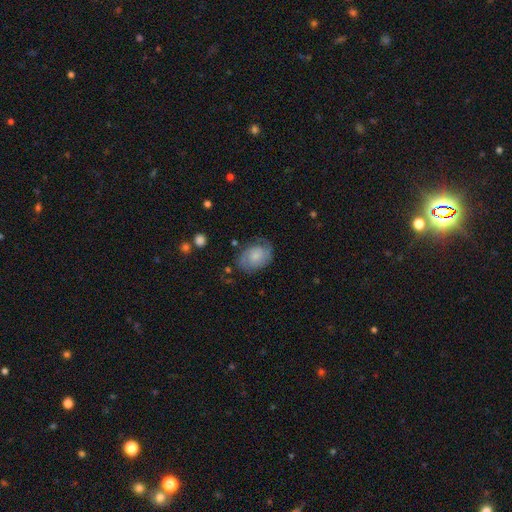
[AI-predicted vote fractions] Smooth or featured? featured or disk (64%)
Edge-on disk? no (97%)
Bar? no (70%)
Spiral arms? yes (90%)
Spiral winding? tight (45%)
Spiral arm count? 2 (75%)
Bulge size? small (44%)
Merging? none (70%)